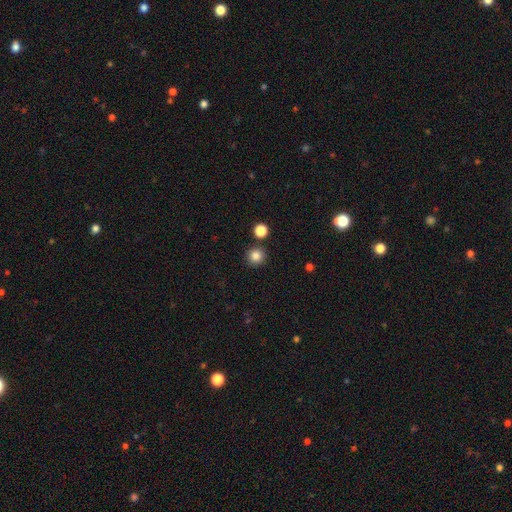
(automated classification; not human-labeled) Smooth or featured?
  - smooth: 84% *
  - star or artifact: 12%
  - featured or disk: 4%
How rounded?
  - round: 94% *
  - in between: 5%
  - cigar-shaped: 1%
Merging?
  - none: 87% *
  - minor disturbance: 6%
  - merger: 5%
  - major disturbance: 2%